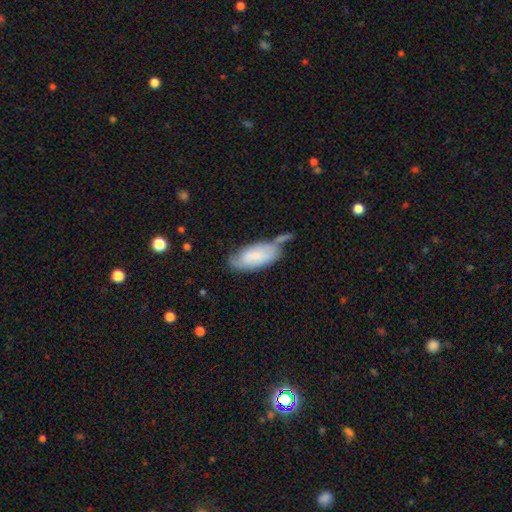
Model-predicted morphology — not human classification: smooth-or-featured: smooth: 73% | featured or disk: 21% | star or artifact: 6%
  how-rounded: in between: 87% | cigar-shaped: 11% | round: 2%
  merging: none: 42% | minor disturbance: 27% | merger: 21% | major disturbance: 10%